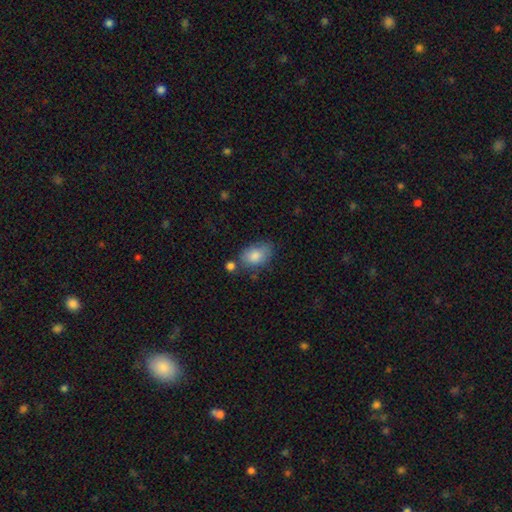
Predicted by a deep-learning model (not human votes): The model was most divided on "merging": none: 61%, minor disturbance: 23%, merger: 10%, major disturbance: 7%. More confident: how rounded — in between (84%); smooth or featured — smooth (84%).